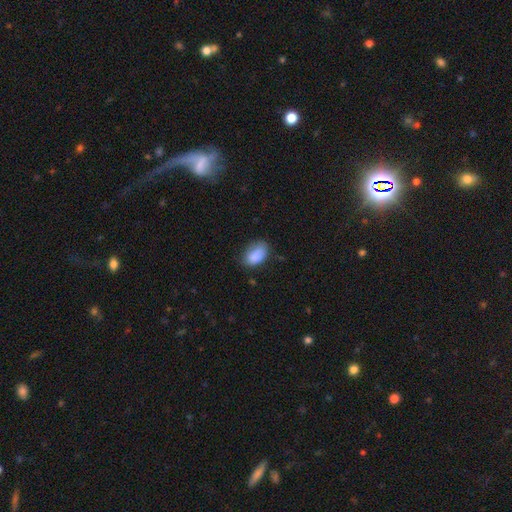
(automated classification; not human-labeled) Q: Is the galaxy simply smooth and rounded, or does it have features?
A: smooth — 87%.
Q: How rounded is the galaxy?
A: in between — 90%.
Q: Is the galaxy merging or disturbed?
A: none — 61%.